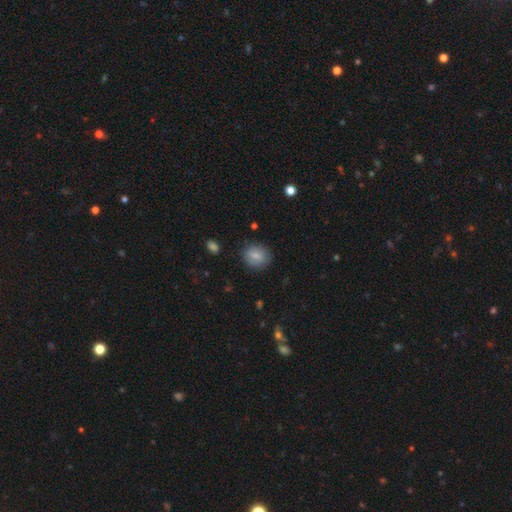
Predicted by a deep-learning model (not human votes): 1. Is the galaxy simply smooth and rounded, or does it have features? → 82% smooth, 10% featured or disk, 8% star or artifact.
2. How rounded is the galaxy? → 63% round, 36% in between, 1% cigar-shaped.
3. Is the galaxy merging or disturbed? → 84% none, 11% minor disturbance, 3% major disturbance, 1% merger.